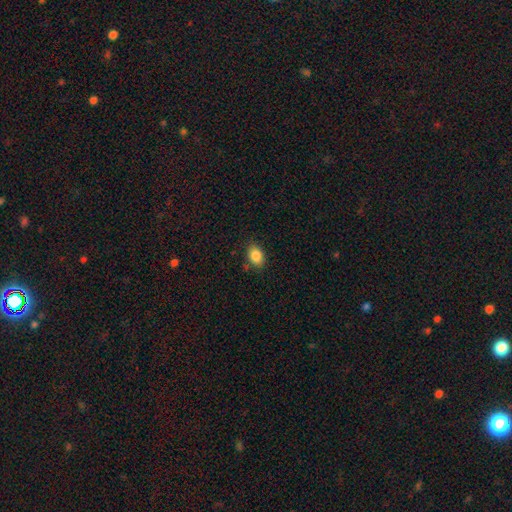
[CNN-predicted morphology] Smooth or featured?
  - smooth: 86% *
  - star or artifact: 9%
  - featured or disk: 6%
How rounded?
  - in between: 79% *
  - round: 20%
  - cigar-shaped: 1%
Merging?
  - none: 83% *
  - minor disturbance: 12%
  - major disturbance: 3%
  - merger: 2%